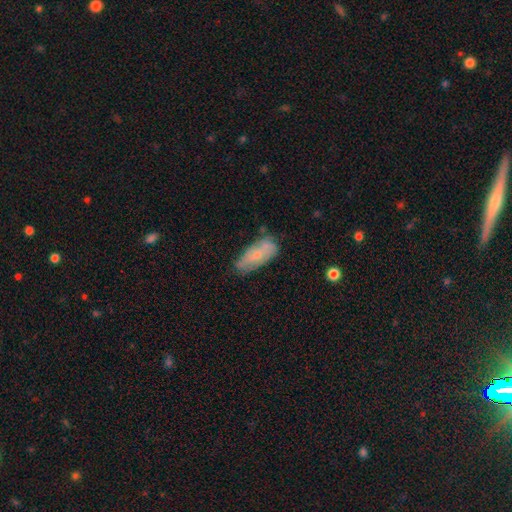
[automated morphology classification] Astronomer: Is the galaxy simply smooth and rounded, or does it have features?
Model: smooth — 59% (runner-up: featured or disk, 35%).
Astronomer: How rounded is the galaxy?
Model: in between — 80%.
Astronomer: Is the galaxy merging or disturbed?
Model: none — 53% (runner-up: minor disturbance, 33%).